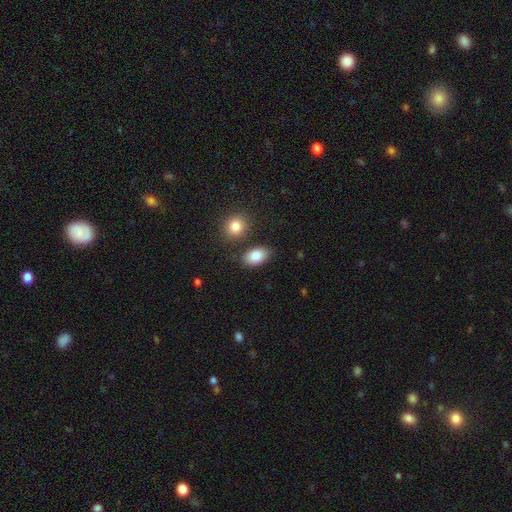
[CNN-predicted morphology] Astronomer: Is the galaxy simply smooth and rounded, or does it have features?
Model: smooth — 85%.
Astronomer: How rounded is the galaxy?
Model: in between — 90%.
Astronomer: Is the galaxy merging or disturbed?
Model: none — 79%.